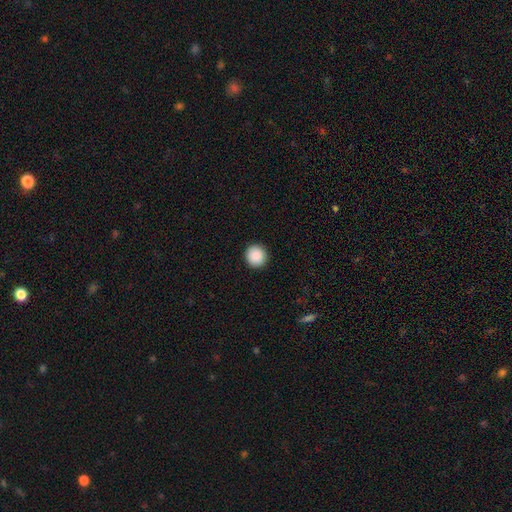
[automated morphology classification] This appears to be a smooth galaxy with no disk features (89%) that is round (94%). Merging: none (93%).